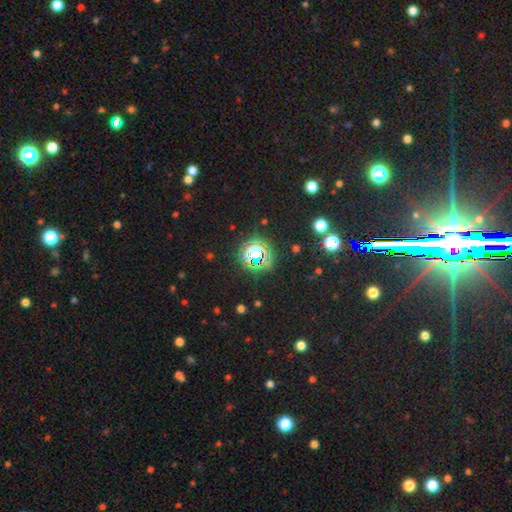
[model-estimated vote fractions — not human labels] Overall: star or artifact (70%).